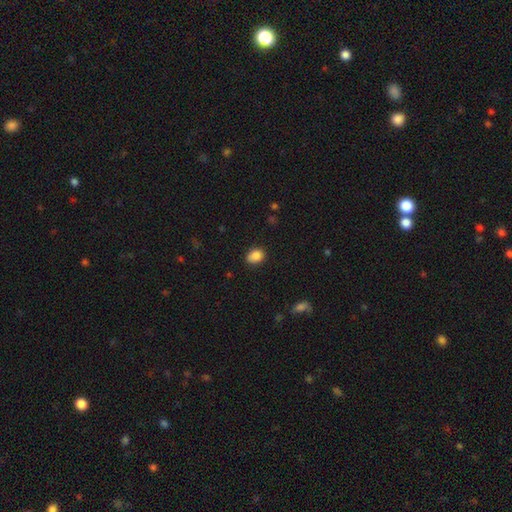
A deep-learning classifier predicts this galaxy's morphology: A smooth galaxy with no disk features (87%) that is in between round and cigar-shaped (63%).

Vote fractions:
- Smooth or featured? smooth: 87% / star or artifact: 9% / featured or disk: 4%
- How rounded? in between: 63% / round: 35% / cigar-shaped: 1%
- Merging? none: 81% / minor disturbance: 14% / major disturbance: 3% / merger: 1%